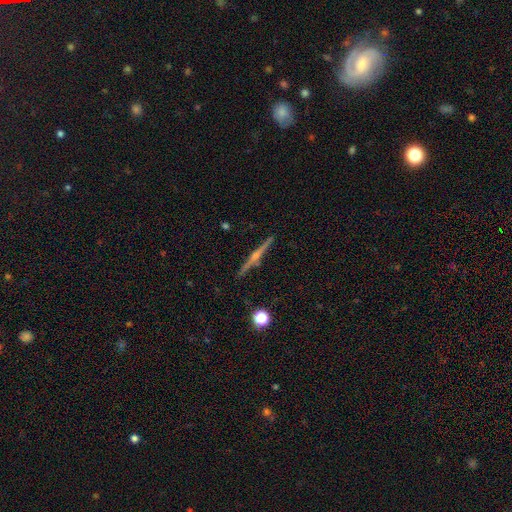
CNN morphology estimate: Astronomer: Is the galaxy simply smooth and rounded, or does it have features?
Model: featured or disk — 81%.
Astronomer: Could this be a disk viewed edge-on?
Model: yes — 98%.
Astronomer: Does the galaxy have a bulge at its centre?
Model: rounded — 89%.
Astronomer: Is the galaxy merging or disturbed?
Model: none — 91%.